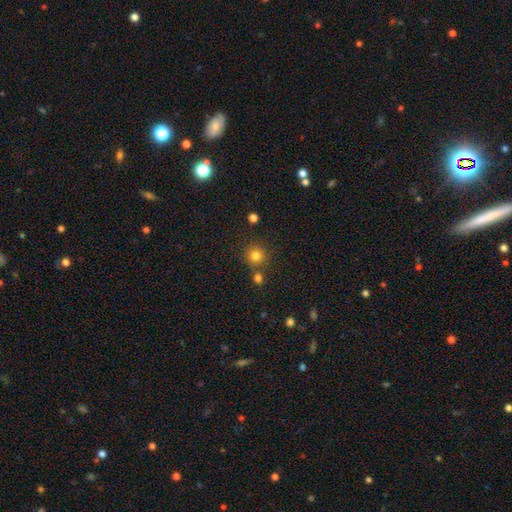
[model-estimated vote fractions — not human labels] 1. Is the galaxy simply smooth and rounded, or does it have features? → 81% smooth, 13% star or artifact, 6% featured or disk.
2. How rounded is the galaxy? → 93% round, 7% in between, 1% cigar-shaped.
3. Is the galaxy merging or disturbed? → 77% none, 12% merger, 8% minor disturbance, 3% major disturbance.